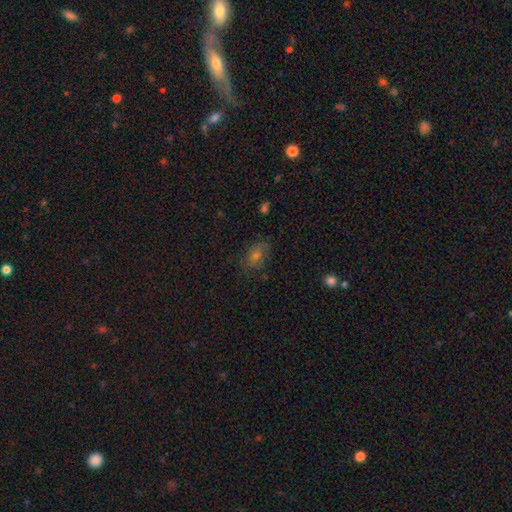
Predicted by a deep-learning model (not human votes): smooth_or_featured: smooth (p=0.57) [alt: star or artifact p=0.25]
how_rounded: in between (p=0.77) [alt: round p=0.20]
merging: none (p=0.76) [alt: minor disturbance p=0.16]